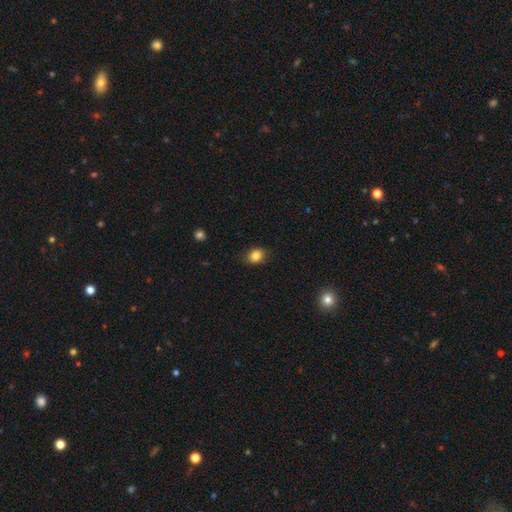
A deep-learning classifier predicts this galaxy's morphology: smooth-or-featured: smooth: 84% | star or artifact: 10% | featured or disk: 6%
  how-rounded: round: 50% | in between: 49% | cigar-shaped: 1%
  merging: none: 81% | minor disturbance: 15% | major disturbance: 3% | merger: 1%